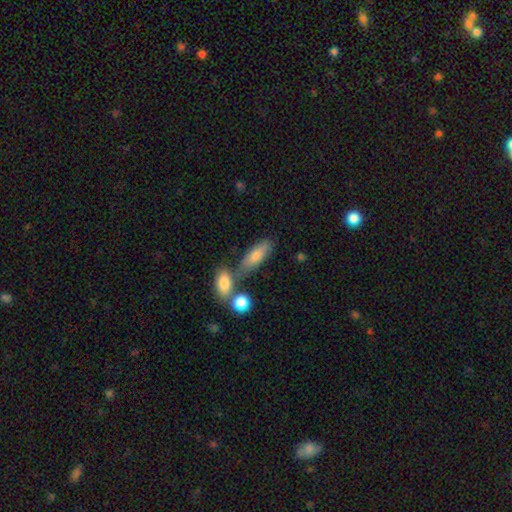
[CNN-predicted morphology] smooth-or-featured: smooth: 74% | featured or disk: 18% | star or artifact: 8%
  how-rounded: in between: 67% | cigar-shaped: 30% | round: 3%
  merging: none: 61% | merger: 19% | minor disturbance: 15% | major disturbance: 5%